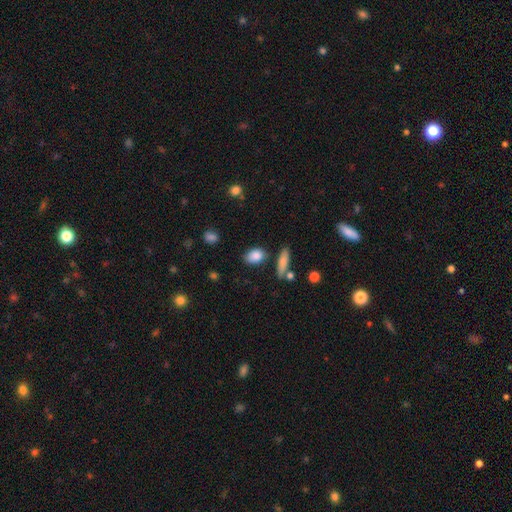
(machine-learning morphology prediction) This is clearly a smooth galaxy (86%). How rounded: likely in between (77%). Merging: likely none (79%).